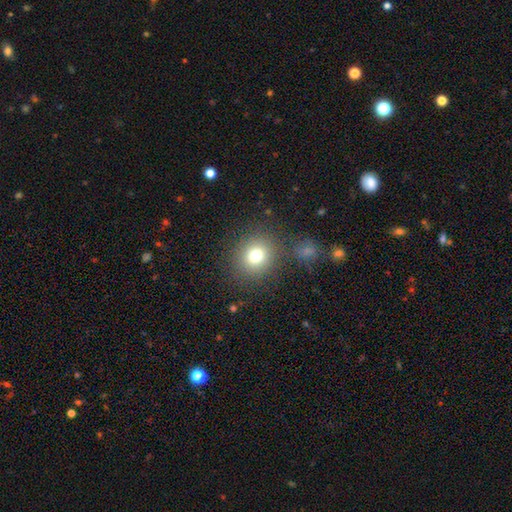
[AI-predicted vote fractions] Q: Smooth or featured?
A: smooth (77%); runner-up: star or artifact (13%)
Q: How rounded?
A: round (83%); runner-up: in between (16%)
Q: Merging?
A: none (81%); runner-up: minor disturbance (9%)